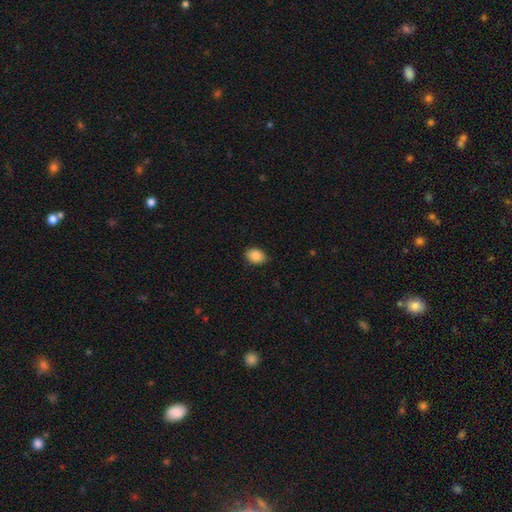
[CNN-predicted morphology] Smooth or featured? smooth (86%)
How rounded? in between (77%)
Merging? none (81%)